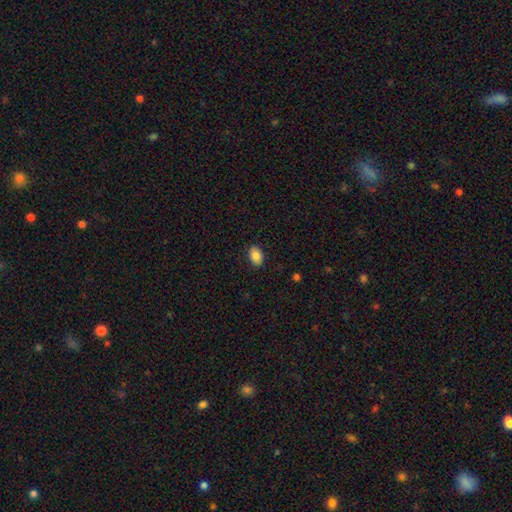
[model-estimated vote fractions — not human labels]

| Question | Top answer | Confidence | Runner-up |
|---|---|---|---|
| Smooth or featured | smooth | 85% | star or artifact (8%) |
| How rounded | in between | 85% | round (14%) |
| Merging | none | 88% | minor disturbance (9%) |